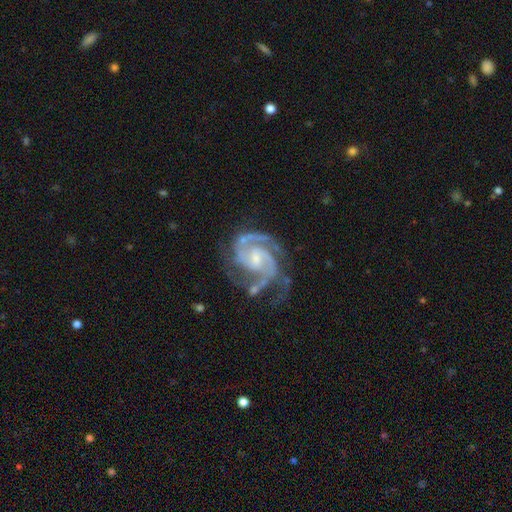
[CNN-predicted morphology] Smooth or featured? featured or disk (91%)
Edge-on disk? no (98%)
Bar? no (45%)
Spiral arms? yes (99%)
Spiral winding? tight (56%)
Spiral arm count? 2 (59%)
Bulge size? small (57%)
Merging? none (65%)